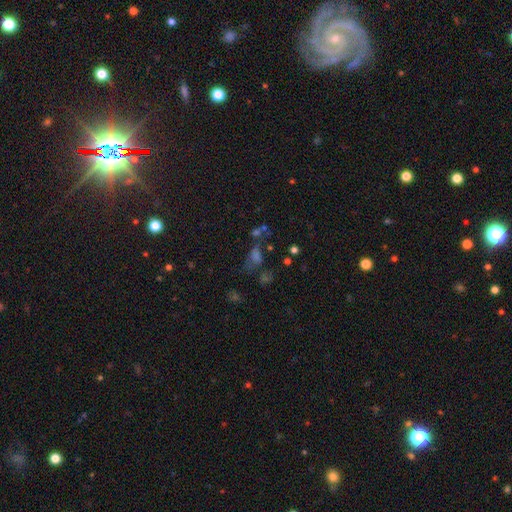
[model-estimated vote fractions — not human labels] The model was most divided on "smooth or featured": star or artifact: 44%, smooth: 36%, featured or disk: 20%.